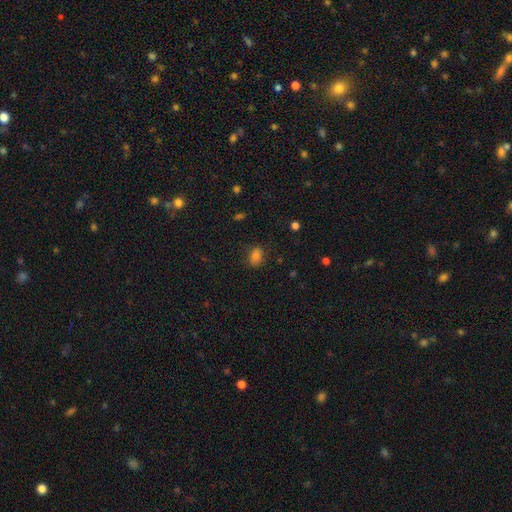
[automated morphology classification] A smooth galaxy with no disk features (81%) that is in between round and cigar-shaped (80%). Merging: none (75%).